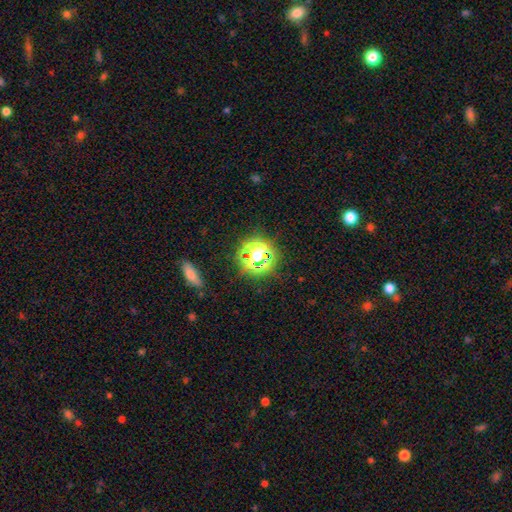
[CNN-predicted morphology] type=star or artifact (52%).